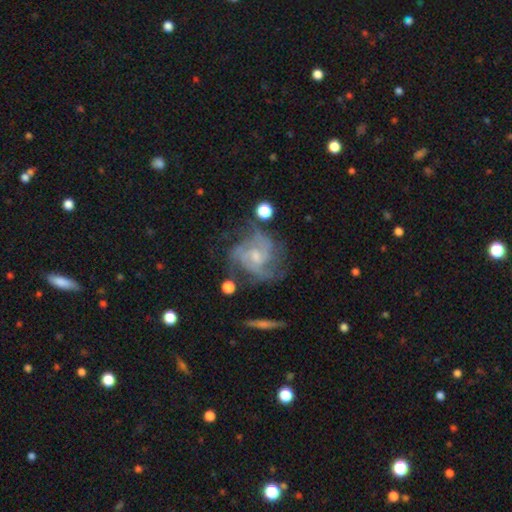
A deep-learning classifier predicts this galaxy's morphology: A featured or disk galaxy (82%) with no bar (51%), tight (44%) spiral arms (92%) and a small central bulge (51%). Merging: none (57%).